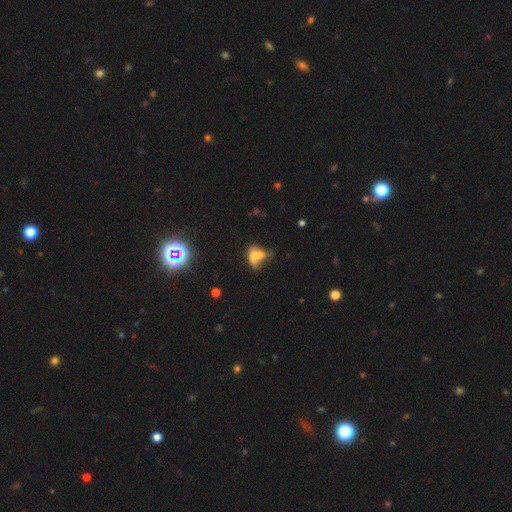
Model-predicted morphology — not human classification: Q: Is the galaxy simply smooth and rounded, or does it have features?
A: smooth — 57%.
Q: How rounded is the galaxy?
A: in between — 73%.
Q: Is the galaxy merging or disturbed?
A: merger — 53%.